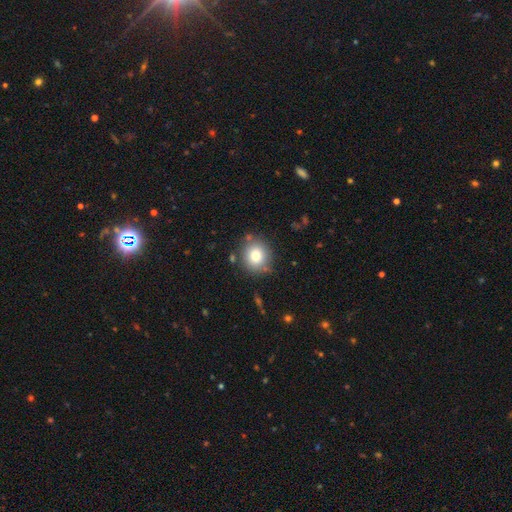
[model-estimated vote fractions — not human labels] Smooth or featured? smooth (82%)
How rounded? round (81%)
Merging? none (82%)